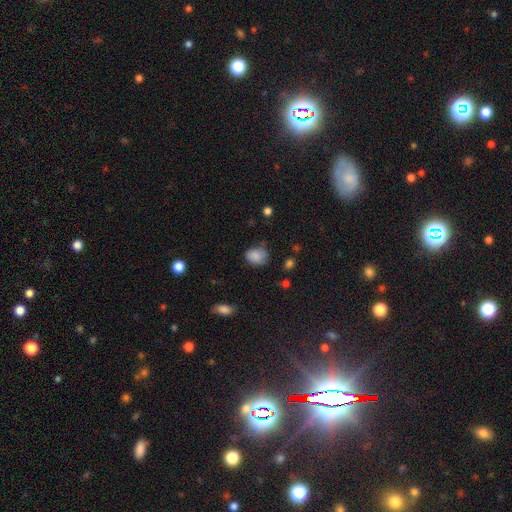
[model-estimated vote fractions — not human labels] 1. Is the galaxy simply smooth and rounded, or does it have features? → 84% smooth, 9% star or artifact, 7% featured or disk.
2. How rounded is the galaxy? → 56% in between, 43% round, 1% cigar-shaped.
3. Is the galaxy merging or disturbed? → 61% none, 29% minor disturbance, 7% major disturbance, 2% merger.